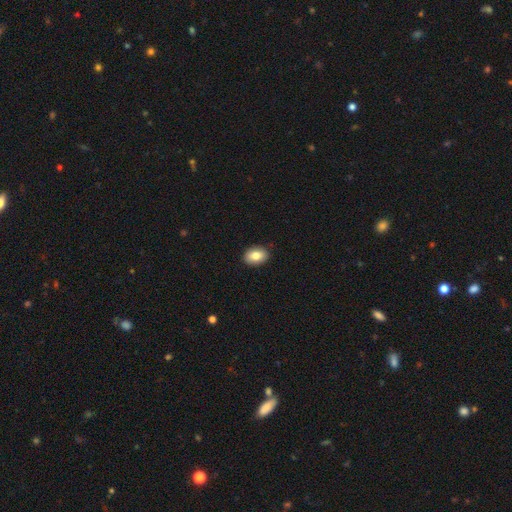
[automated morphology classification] This is clearly a smooth galaxy (82%). How rounded: likely in between (79%). Merging: clearly none (89%).